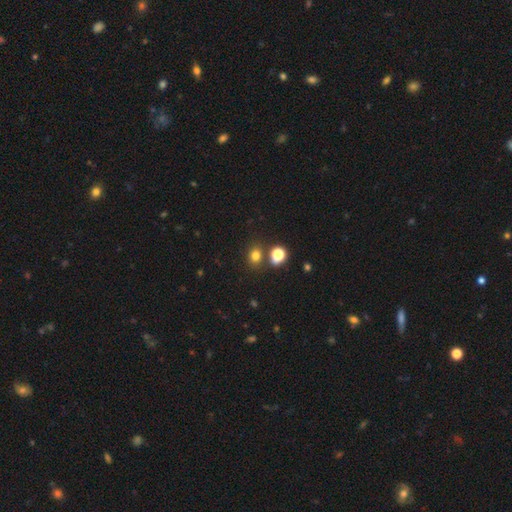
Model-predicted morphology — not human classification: Smooth or featured? smooth (76%)
How rounded? round (64%)
Merging? none (74%)